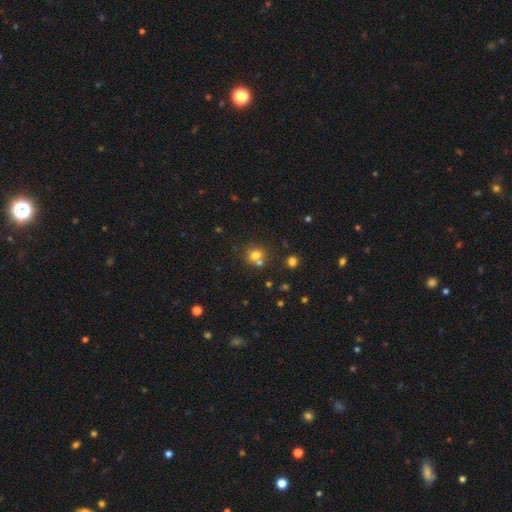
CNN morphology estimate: A smooth galaxy with no disk features (72%) that is round (85%).

Vote fractions:
- Smooth or featured? smooth: 72% / star or artifact: 17% / featured or disk: 11%
- How rounded? round: 85% / in between: 14% / cigar-shaped: 1%
- Merging? none: 58% / merger: 30% / minor disturbance: 8% / major disturbance: 3%